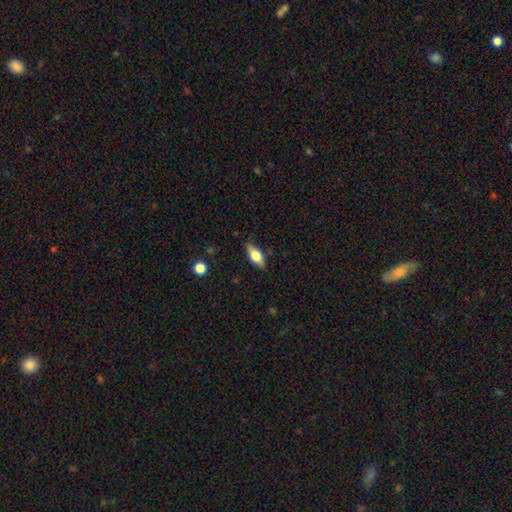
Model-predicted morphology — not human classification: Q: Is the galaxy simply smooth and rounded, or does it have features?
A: smooth — 65%.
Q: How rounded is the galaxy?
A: in between — 77%.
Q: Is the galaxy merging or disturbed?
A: none — 83%.